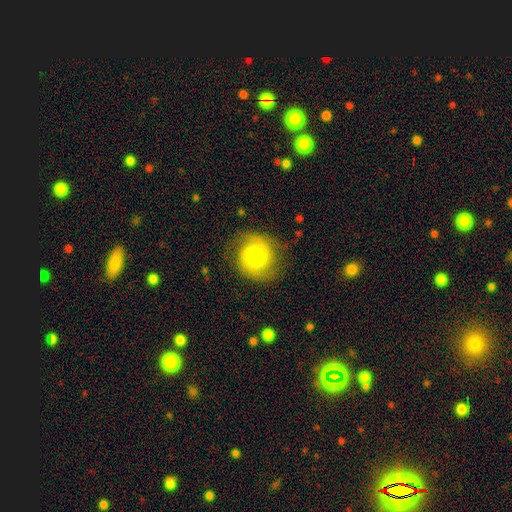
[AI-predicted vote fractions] Overall: featured or disk (67%). Edge-on disk: no (98%). Bar: no (61%; weak 34%). Spiral arms: yes (93%). Spiral arm count: 2 (84%). Spiral winding: medium (48%; tight 35%). Bulge size: moderate (51%; small 41%). Merging: none (76%).